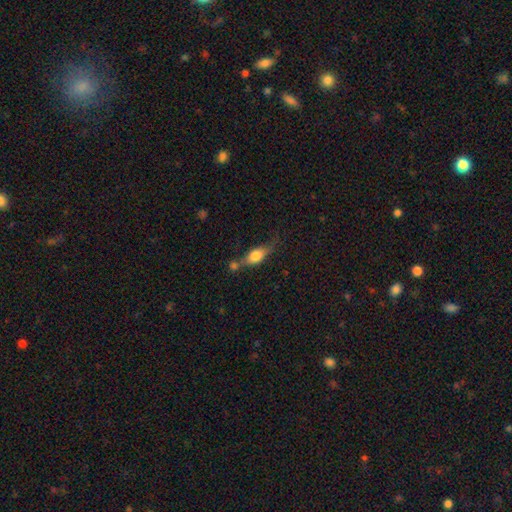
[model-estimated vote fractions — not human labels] Smooth or featured? Predicted: smooth (p=0.64). How rounded? Predicted: in between (p=0.70). Merging? Predicted: none (p=0.42).